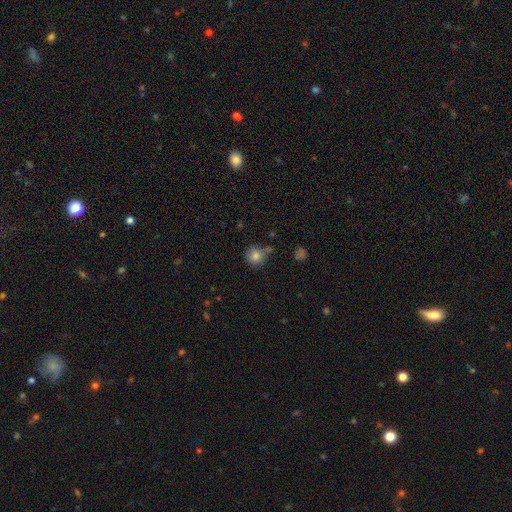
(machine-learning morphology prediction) smooth-or-featured: smooth: 82% | star or artifact: 11% | featured or disk: 7%
  how-rounded: round: 91% | in between: 8% | cigar-shaped: 1%
  merging: none: 68% | minor disturbance: 18% | merger: 9% | major disturbance: 5%